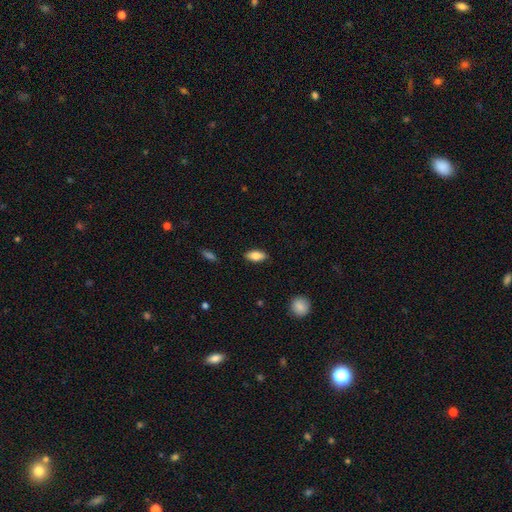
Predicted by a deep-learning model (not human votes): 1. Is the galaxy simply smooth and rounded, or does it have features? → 80% smooth, 13% featured or disk, 7% star or artifact.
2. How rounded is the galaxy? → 85% in between, 12% cigar-shaped, 3% round.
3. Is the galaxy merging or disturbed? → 87% none, 9% minor disturbance, 2% major disturbance, 1% merger.